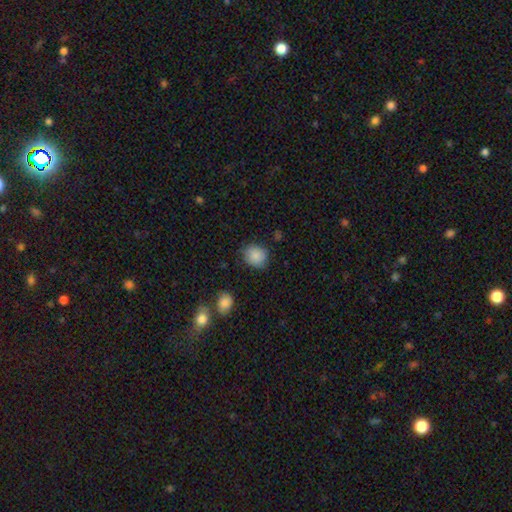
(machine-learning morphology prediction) This appears to be a smooth galaxy with no disk features (88%) that is round (75%). Merging: none (79%).